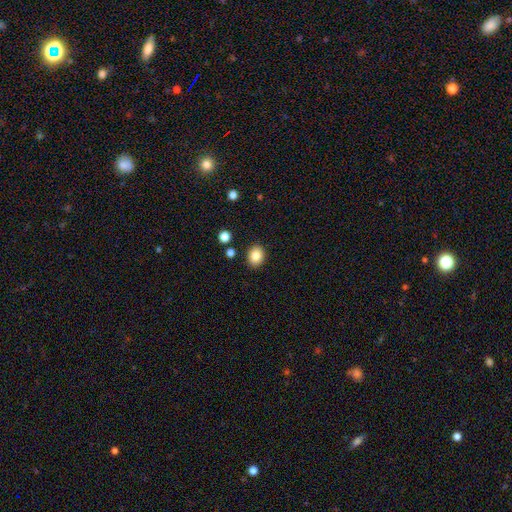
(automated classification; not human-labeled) Morphology: type=smooth (85%); roundness=round (59%); merging=none (88%).